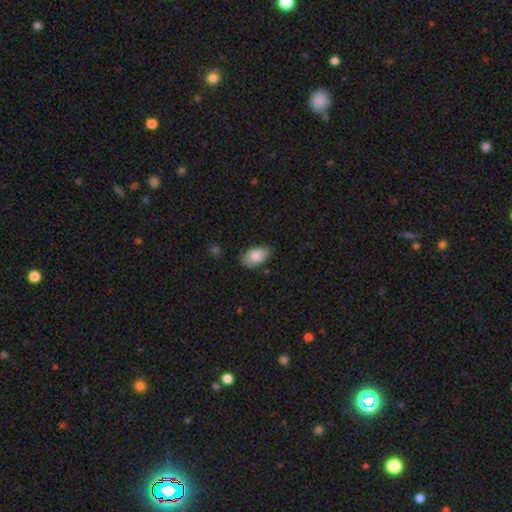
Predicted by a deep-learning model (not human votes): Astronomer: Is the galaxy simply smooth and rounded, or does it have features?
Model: smooth — 84%.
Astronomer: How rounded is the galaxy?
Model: in between — 93%.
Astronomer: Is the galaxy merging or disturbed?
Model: none — 77%.